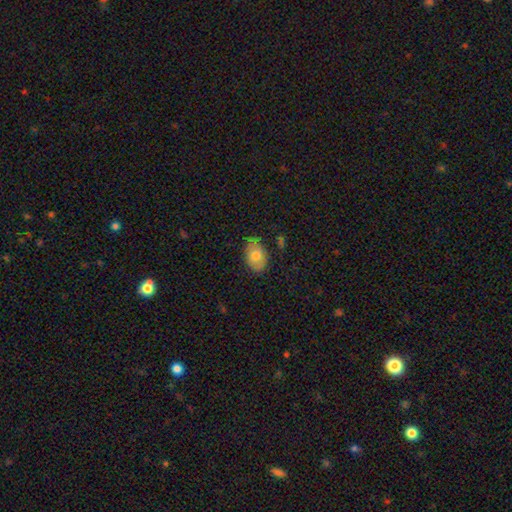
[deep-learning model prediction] smooth-or-featured: smooth: 74% | featured or disk: 19% | star or artifact: 7%
  how-rounded: in between: 88% | round: 11% | cigar-shaped: 1%
  merging: none: 64% | minor disturbance: 29% | major disturbance: 5% | merger: 2%